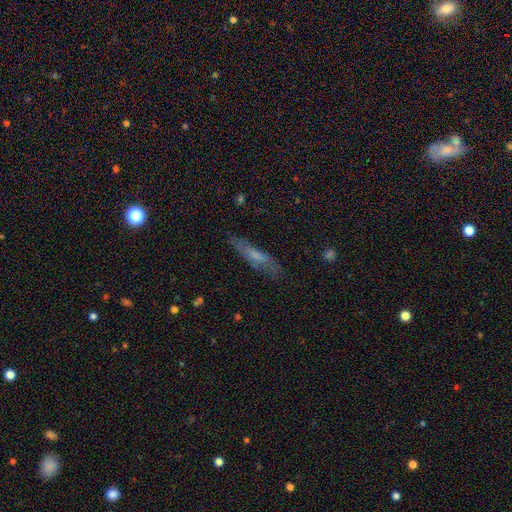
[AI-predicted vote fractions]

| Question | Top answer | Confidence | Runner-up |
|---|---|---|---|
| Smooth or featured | smooth | 54% | featured or disk (38%) |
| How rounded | cigar-shaped | 78% | in between (20%) |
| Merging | none | 77% | minor disturbance (17%) |